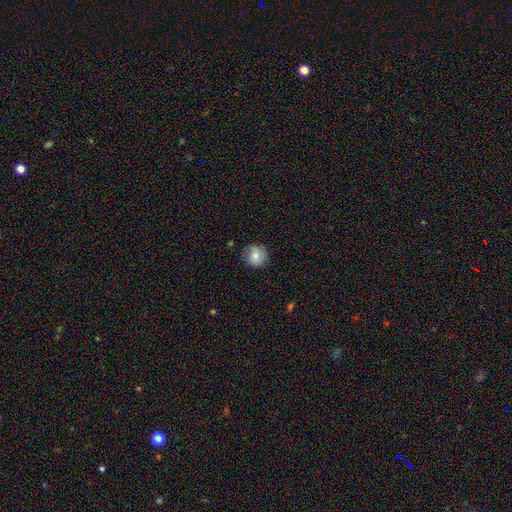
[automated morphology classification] A smooth galaxy with no disk features (71%) that is round (90%).

Vote fractions:
- Smooth or featured? smooth: 71% / featured or disk: 21% / star or artifact: 9%
- How rounded? round: 90% / in between: 9% / cigar-shaped: 1%
- Merging? none: 79% / minor disturbance: 16% / major disturbance: 4% / merger: 1%